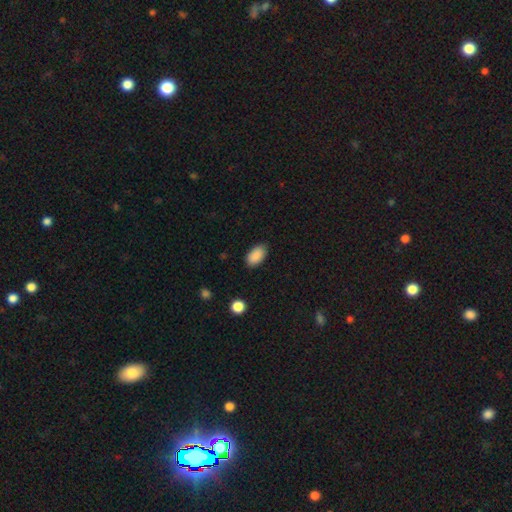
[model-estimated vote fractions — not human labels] smooth-or-featured: smooth: 90% | star or artifact: 7% | featured or disk: 3%
  how-rounded: in between: 94% | round: 4% | cigar-shaped: 2%
  merging: none: 85% | minor disturbance: 11% | major disturbance: 3% | merger: 1%